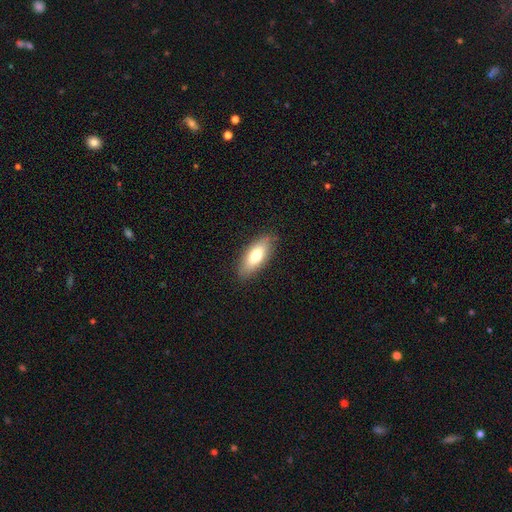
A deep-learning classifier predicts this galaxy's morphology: Overall: smooth (72%). How rounded: in between (77%). Merging: none (85%).